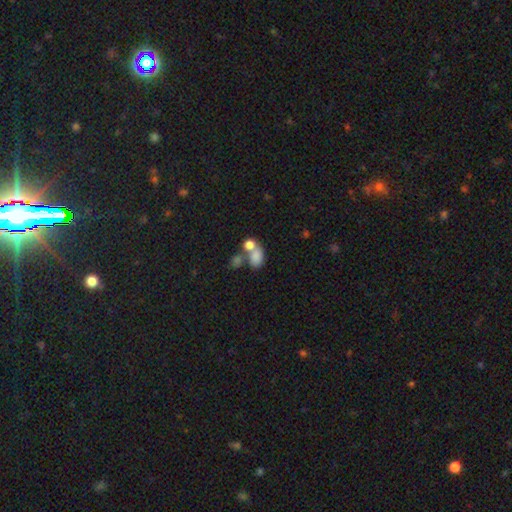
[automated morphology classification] Smooth or featured: smooth — 76% (featured or disk — 13%)
How rounded: in between — 73% (round — 25%)
Merging: merger — 55% (none — 27%)